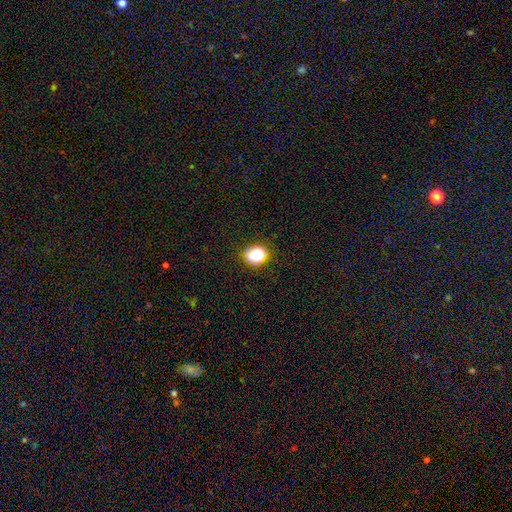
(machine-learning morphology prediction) smooth_or_featured: smooth (p=0.74) [alt: star or artifact p=0.20]
how_rounded: round (p=0.69) [alt: in between p=0.30]
merging: none (p=0.83) [alt: minor disturbance p=0.10]